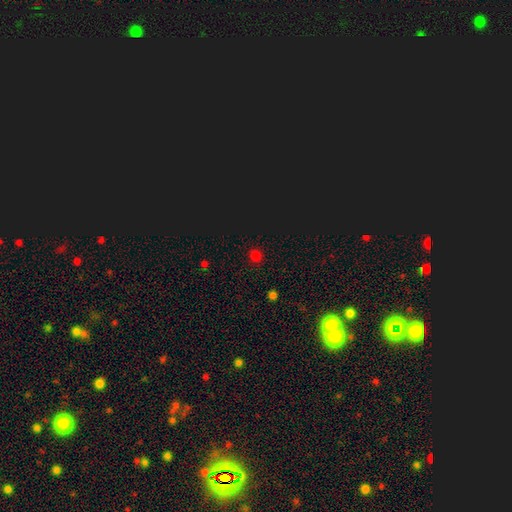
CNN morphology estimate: Q: Smooth or featured?
A: smooth (70%); runner-up: star or artifact (26%)
Q: How rounded?
A: round (90%); runner-up: in between (9%)
Q: Merging?
A: none (90%); runner-up: minor disturbance (7%)